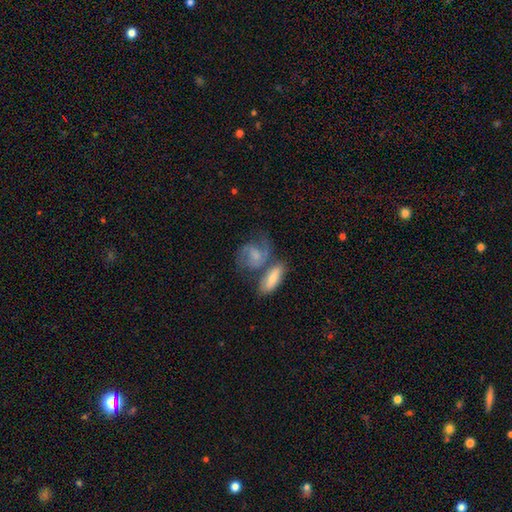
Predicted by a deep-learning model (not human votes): A featured or disk galaxy (53%) with no bar (52%), spiral arms (84%) and a small central bulge (39%).

Vote fractions:
- Smooth or featured? featured or disk: 53% / smooth: 39% / star or artifact: 7%
- Edge-on disk? no: 94% / yes: 6%
- Bar? no: 52% / weak: 37% / strong: 10%
- Spiral arms? yes: 84% / no: 16%
- Bulge size? small: 39% / moderate: 33% / none: 18% / large: 8% / dominant: 2%
- Merging? none: 37% / merger: 35% / minor disturbance: 17% / major disturbance: 12%